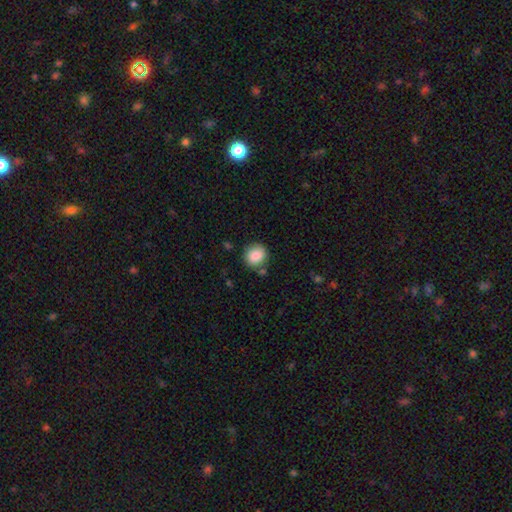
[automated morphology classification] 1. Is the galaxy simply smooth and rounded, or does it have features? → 85% smooth, 8% star or artifact, 6% featured or disk.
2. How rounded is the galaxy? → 83% round, 16% in between, 1% cigar-shaped.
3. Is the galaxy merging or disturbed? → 79% none, 12% minor disturbance, 6% merger, 3% major disturbance.